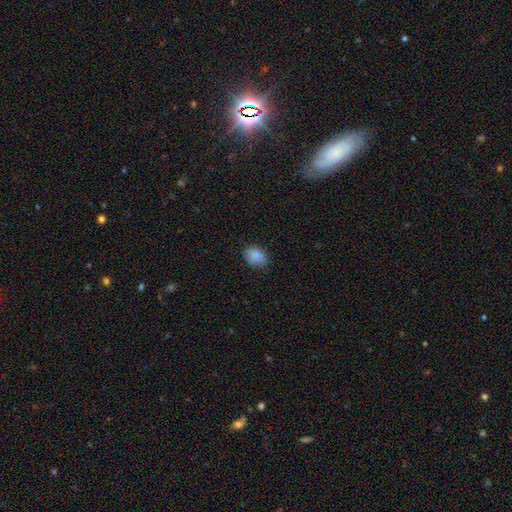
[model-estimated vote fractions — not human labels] Smooth or featured: smooth — 88% (star or artifact — 8%)
How rounded: in between — 71% (round — 28%)
Merging: none — 81% (minor disturbance — 15%)